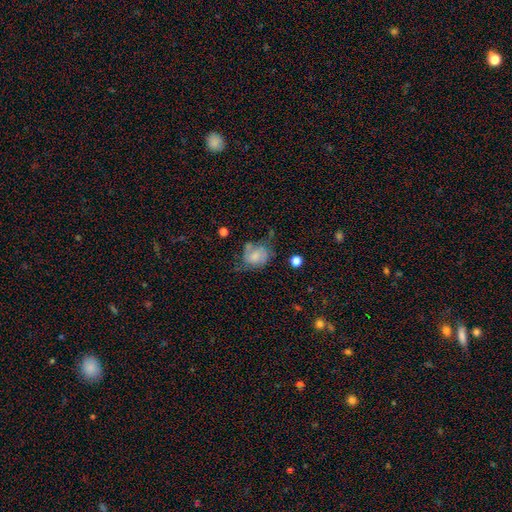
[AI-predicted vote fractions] Smooth or featured? Predicted: smooth (p=0.51). How rounded? Predicted: in between (p=0.51). Merging? Predicted: none (p=0.33).